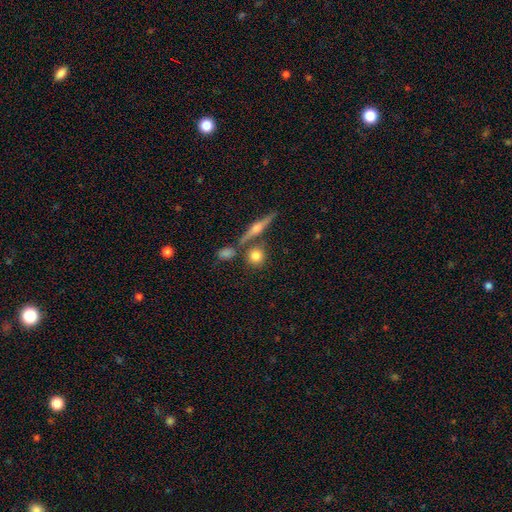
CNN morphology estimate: type=smooth (71%); roundness=round (82%); merging=none (70%).